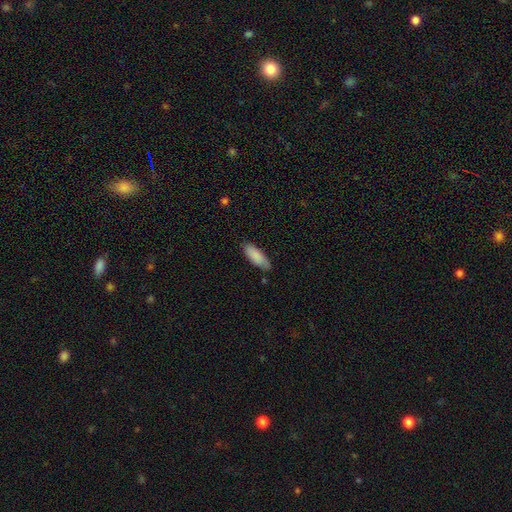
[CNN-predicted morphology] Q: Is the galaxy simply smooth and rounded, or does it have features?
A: smooth — 87%.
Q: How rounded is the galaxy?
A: in between — 66%.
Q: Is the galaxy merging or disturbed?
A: none — 80%.